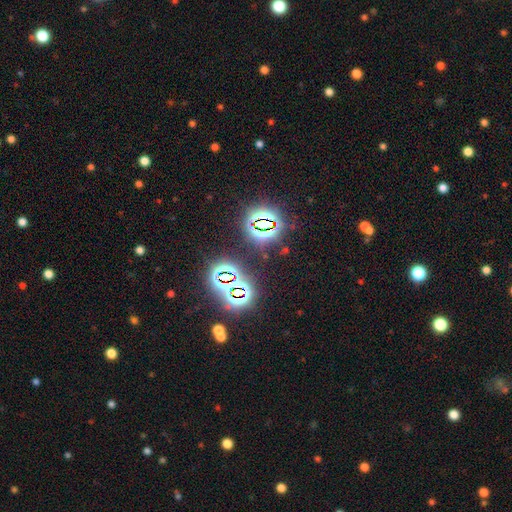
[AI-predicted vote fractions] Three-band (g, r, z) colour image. It shows a star or artifact, not a galaxy (77%).